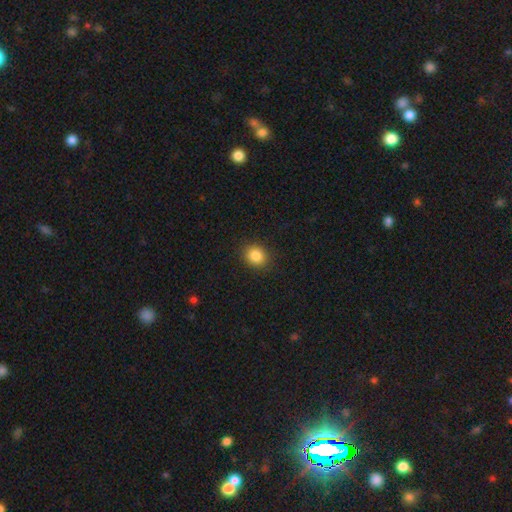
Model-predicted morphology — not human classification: type=smooth (86%); roundness=round (68%); merging=none (89%).